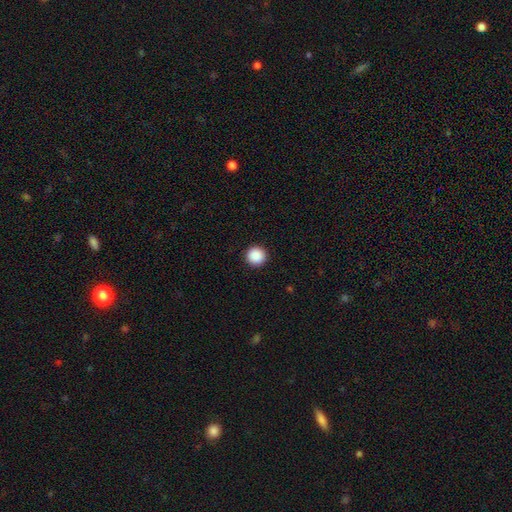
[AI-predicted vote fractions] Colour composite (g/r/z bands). It shows a smooth galaxy with no disk features (89%) that is round (96%). Merging: none (93%).